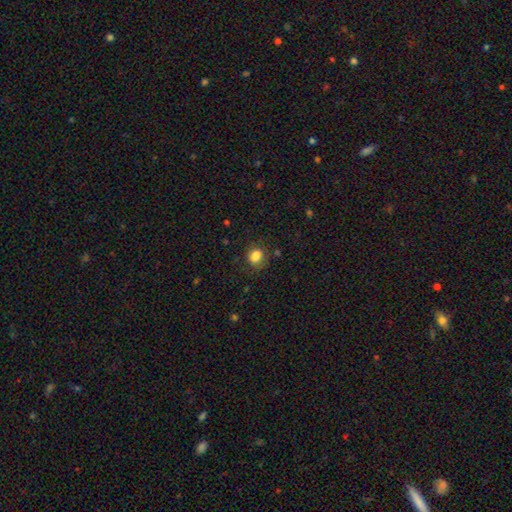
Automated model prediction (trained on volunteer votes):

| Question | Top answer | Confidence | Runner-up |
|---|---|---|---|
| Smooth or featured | smooth | 83% | star or artifact (10%) |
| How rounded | round | 65% | in between (34%) |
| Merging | none | 77% | minor disturbance (16%) |